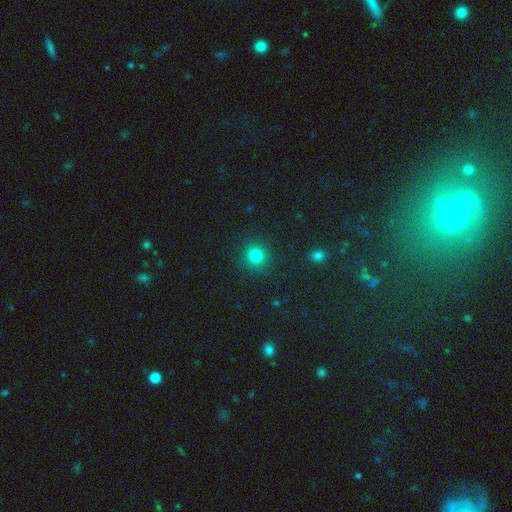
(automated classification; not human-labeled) smooth-or-featured: smooth: 81% | star or artifact: 14% | featured or disk: 5%
  how-rounded: round: 91% | in between: 8% | cigar-shaped: 1%
  merging: none: 89% | minor disturbance: 7% | major disturbance: 3% | merger: 2%